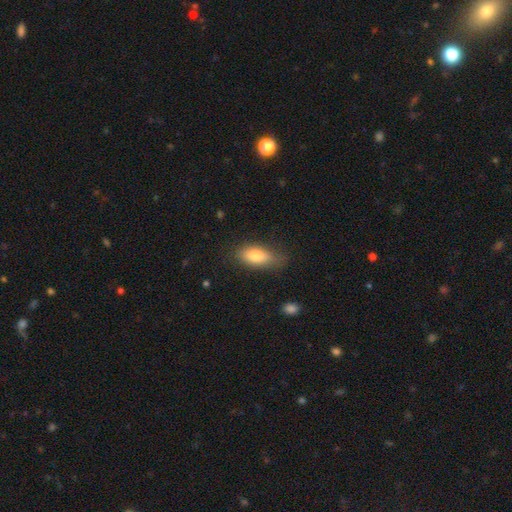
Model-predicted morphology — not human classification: A smooth galaxy with no disk features (79%) that is in between round and cigar-shaped (82%).

Vote fractions:
- Smooth or featured? smooth: 79% / featured or disk: 13% / star or artifact: 7%
- How rounded? in between: 82% / cigar-shaped: 14% / round: 4%
- Merging? none: 69% / minor disturbance: 23% / major disturbance: 7% / merger: 2%